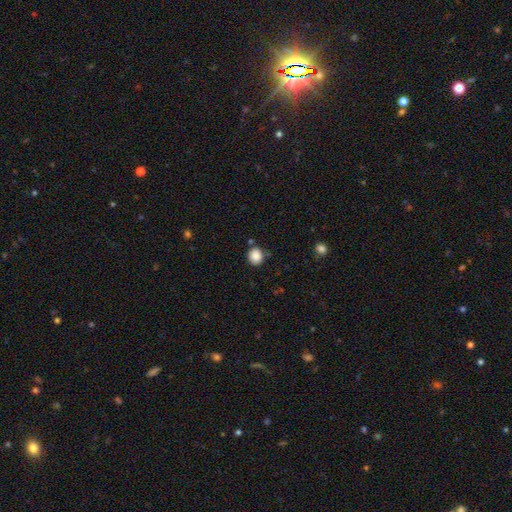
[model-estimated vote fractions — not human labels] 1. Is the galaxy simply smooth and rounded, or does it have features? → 87% smooth, 10% star or artifact, 3% featured or disk.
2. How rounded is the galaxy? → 80% round, 20% in between, 1% cigar-shaped.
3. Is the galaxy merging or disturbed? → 80% none, 12% minor disturbance, 4% merger, 3% major disturbance.